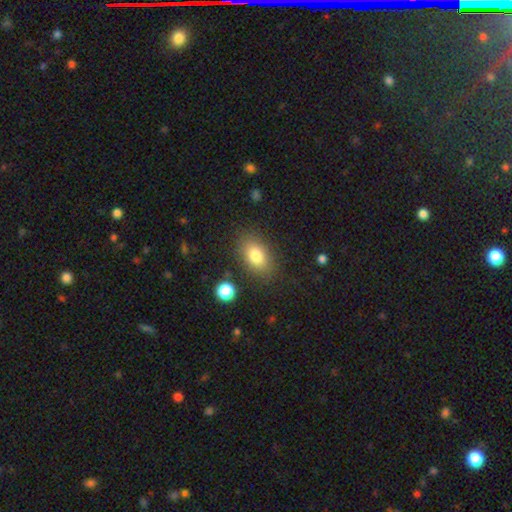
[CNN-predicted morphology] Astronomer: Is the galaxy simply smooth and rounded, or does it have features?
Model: smooth — 80%.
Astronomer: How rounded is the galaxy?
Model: in between — 86%.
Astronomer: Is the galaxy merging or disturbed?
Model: none — 83%.